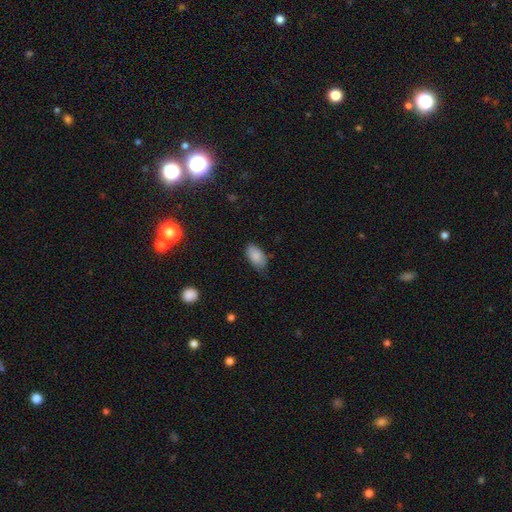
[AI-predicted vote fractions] smooth-or-featured: smooth: 86% | featured or disk: 7% | star or artifact: 7%
  how-rounded: in between: 94% | round: 4% | cigar-shaped: 2%
  merging: none: 66% | minor disturbance: 28% | major disturbance: 5% | merger: 1%